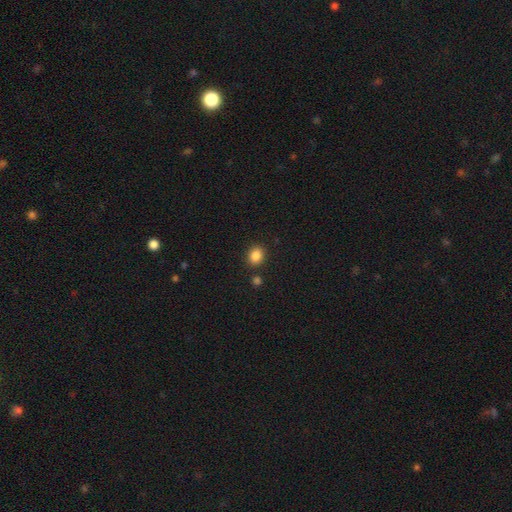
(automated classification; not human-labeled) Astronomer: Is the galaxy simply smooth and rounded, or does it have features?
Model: smooth — 86%.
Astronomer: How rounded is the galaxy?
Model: round — 59% (runner-up: in between, 40%).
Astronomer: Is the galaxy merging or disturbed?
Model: none — 85%.